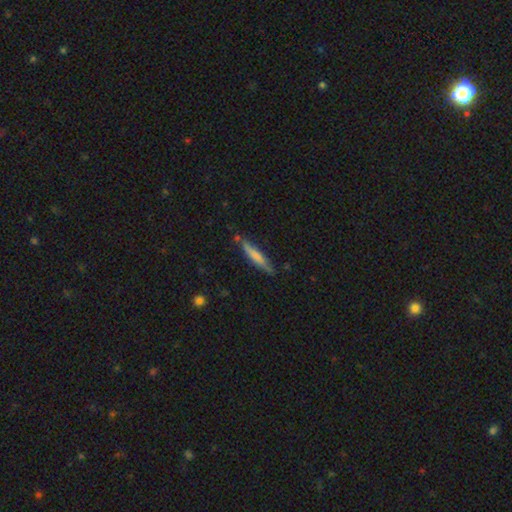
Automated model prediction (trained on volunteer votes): Smooth or featured: smooth — 65% (featured or disk — 29%)
How rounded: cigar-shaped — 90% (in between — 8%)
Merging: none — 76% (minor disturbance — 17%)